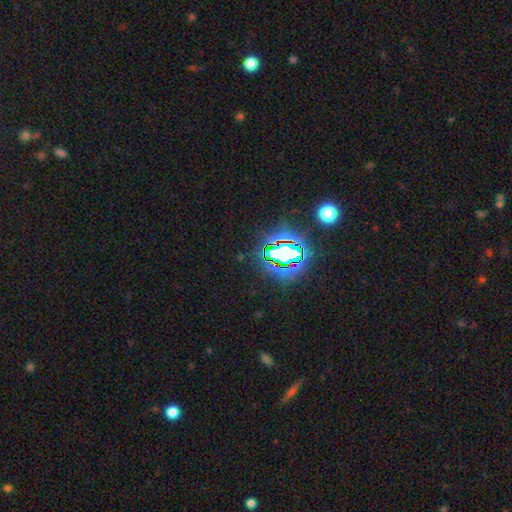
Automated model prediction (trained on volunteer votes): smooth-or-featured: star or artifact: 79% | smooth: 13% | featured or disk: 8%